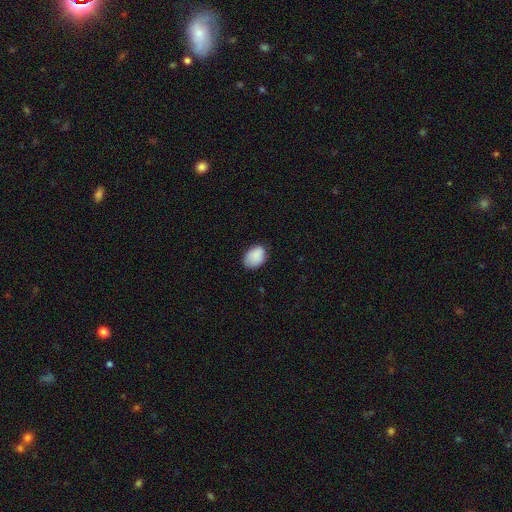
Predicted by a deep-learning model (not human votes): Q: Smooth or featured?
A: smooth (88%); runner-up: star or artifact (7%)
Q: How rounded?
A: in between (78%); runner-up: round (21%)
Q: Merging?
A: none (74%); runner-up: minor disturbance (22%)